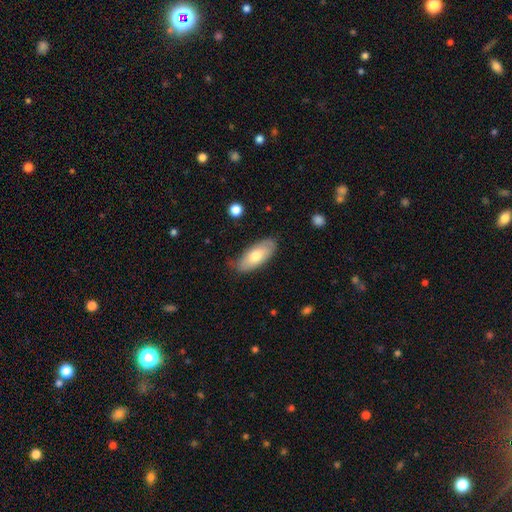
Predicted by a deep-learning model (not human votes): smooth_or_featured: smooth (p=0.69) [alt: featured or disk p=0.25]
how_rounded: in between (p=0.85) [alt: cigar-shaped p=0.13]
merging: none (p=0.76) [alt: minor disturbance p=0.19]